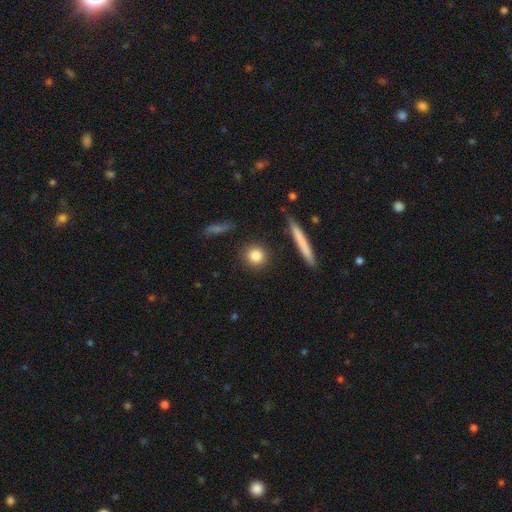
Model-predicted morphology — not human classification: Smooth or featured?
  - smooth: 83% *
  - featured or disk: 9%
  - star or artifact: 8%
How rounded?
  - round: 86% *
  - in between: 9%
  - cigar-shaped: 4%
Merging?
  - none: 89% *
  - minor disturbance: 7%
  - major disturbance: 2%
  - merger: 2%